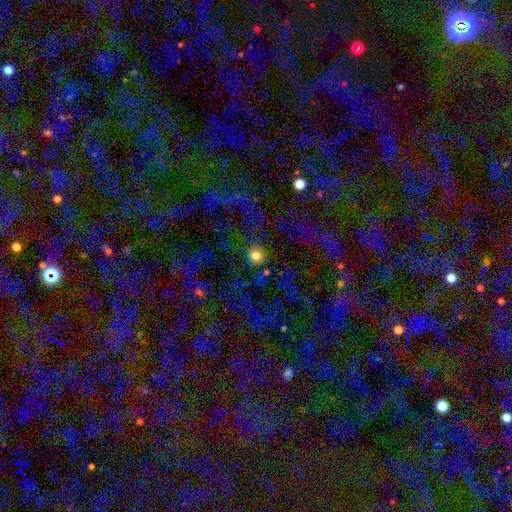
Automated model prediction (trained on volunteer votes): smooth 63%, star or artifact 25%, featured or disk 11%. Down the decision tree: how rounded — round (86%); merging — none (76%).